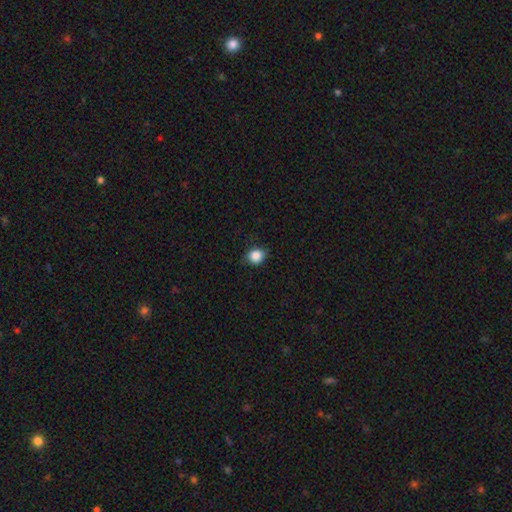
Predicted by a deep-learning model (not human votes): This appears to be a smooth galaxy with no disk features (86%) that is round (66%). Merging: none (77%).